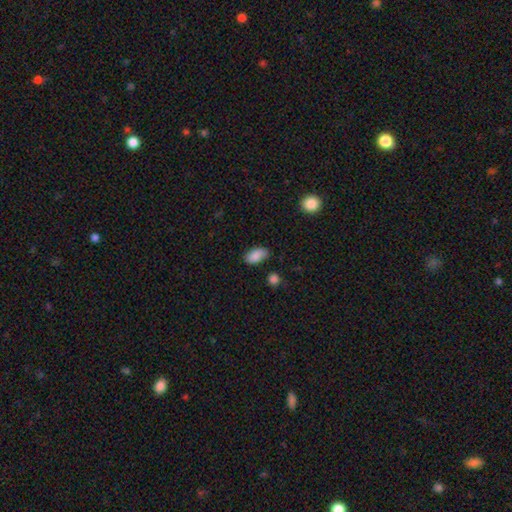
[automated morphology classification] Smooth or featured? Predicted: smooth (p=0.85). How rounded? Predicted: in between (p=0.93). Merging? Predicted: none (p=0.77).